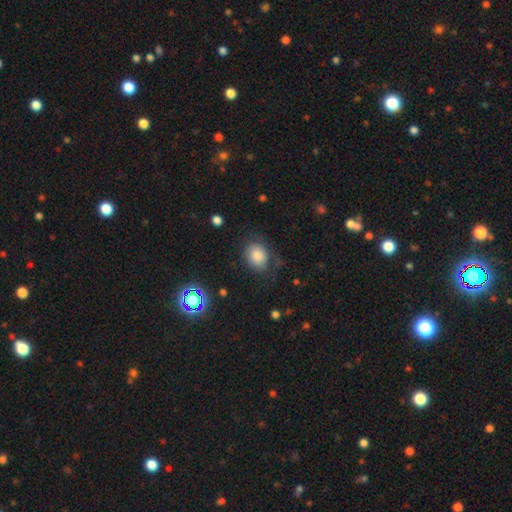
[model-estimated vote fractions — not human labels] Q: Smooth or featured?
A: smooth (75%); runner-up: star or artifact (15%)
Q: How rounded?
A: in between (50%); runner-up: round (49%)
Q: Merging?
A: none (70%); runner-up: minor disturbance (19%)